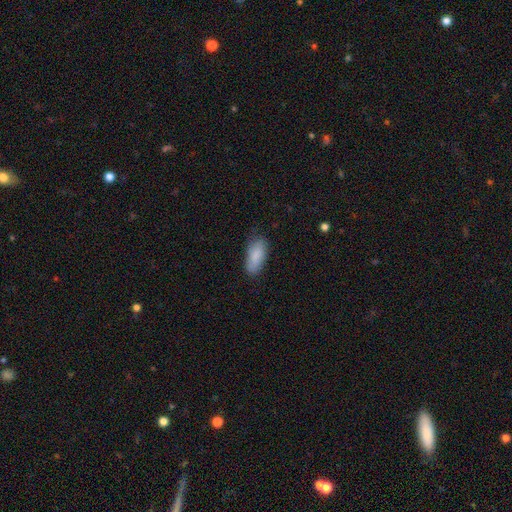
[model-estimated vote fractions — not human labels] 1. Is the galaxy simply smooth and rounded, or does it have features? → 85% smooth, 9% featured or disk, 6% star or artifact.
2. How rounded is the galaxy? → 85% in between, 13% cigar-shaped, 2% round.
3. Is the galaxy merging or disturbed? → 73% none, 21% minor disturbance, 4% major disturbance, 1% merger.